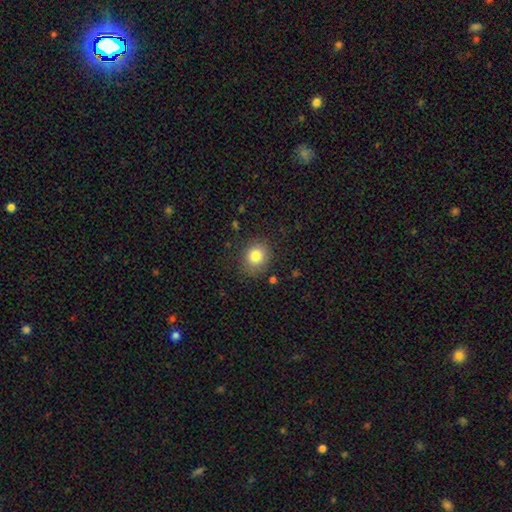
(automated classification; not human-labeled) Morphology: type=smooth (83%); roundness=round (69%); merging=none (83%).